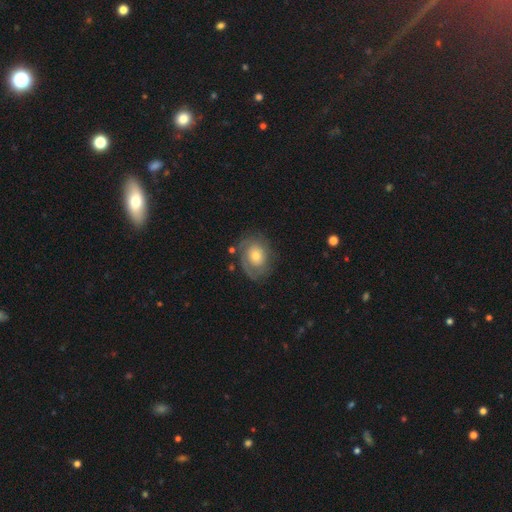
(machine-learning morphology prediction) This is likely a featured or disk galaxy (64%). It is clearly not viewed edge-on (96%). Bar: clearly no (81%). Spiral arm pattern: likely yes (77%). Central bulge: possibly moderate (58%). Merging: likely none (70%).